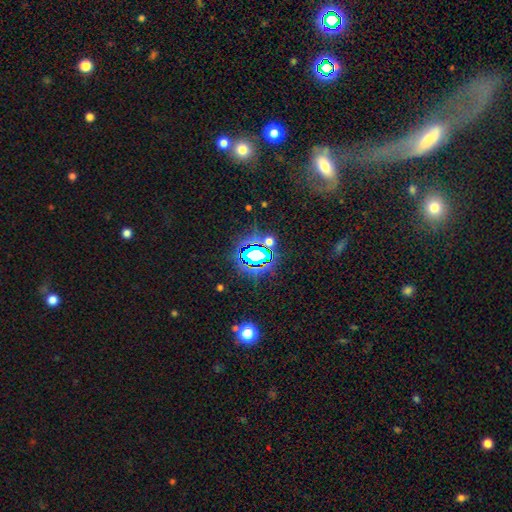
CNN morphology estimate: Overall: star or artifact (71%).